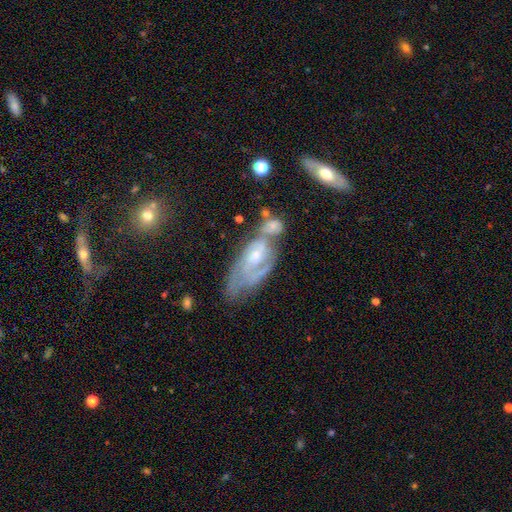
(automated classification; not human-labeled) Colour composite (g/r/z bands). It shows a featured or disk galaxy (75%) with no bar (63%), tight (55%) spiral arms (82%) and a small central bulge (47%). Merging: none (39%).